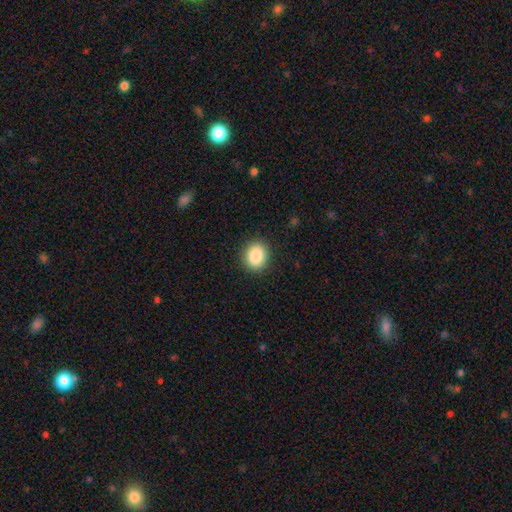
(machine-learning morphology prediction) smooth 88%, star or artifact 8%, featured or disk 4%. Down the decision tree: how rounded — round (62%); merging — none (89%).